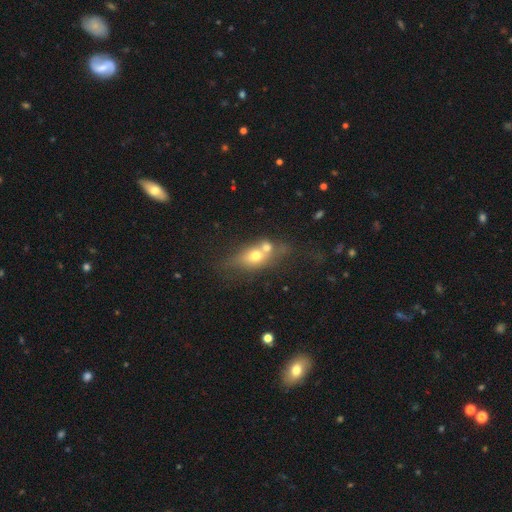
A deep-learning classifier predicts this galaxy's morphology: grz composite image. It shows a smooth galaxy with no disk features (60%) that is in between round and cigar-shaped (60%). Merging: merger (58%).